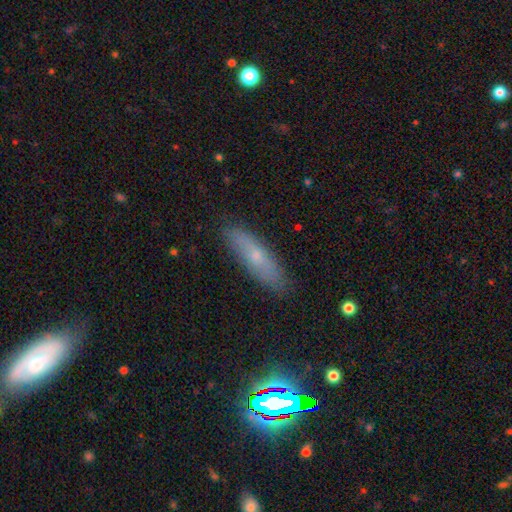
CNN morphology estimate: Q: Smooth or featured?
A: smooth (58%); runner-up: featured or disk (31%)
Q: How rounded?
A: cigar-shaped (66%); runner-up: in between (32%)
Q: Merging?
A: none (85%); runner-up: minor disturbance (11%)